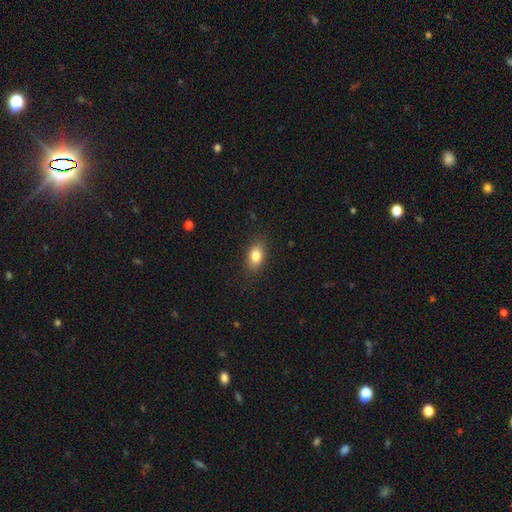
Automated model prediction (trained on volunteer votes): A smooth galaxy with no disk features (82%) that is in between round and cigar-shaped (85%). Merging: none (85%).